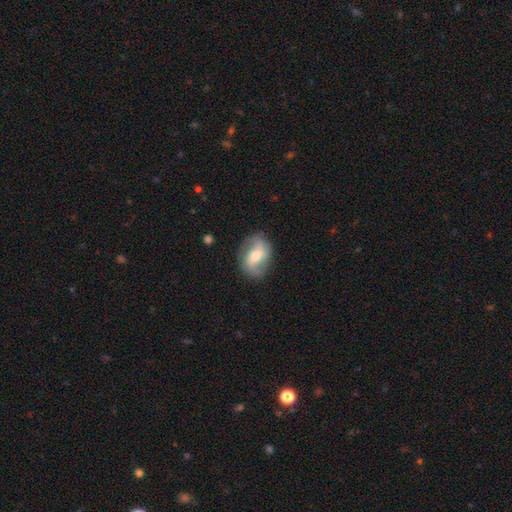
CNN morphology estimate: The model was most divided on "bar": weak: 40%, no: 34%, strong: 25%. More confident: edge-on disk — no (96%); spiral arms — yes (83%); merging — none (80%); bulge size — moderate (65%); smooth or featured — featured or disk (63%).